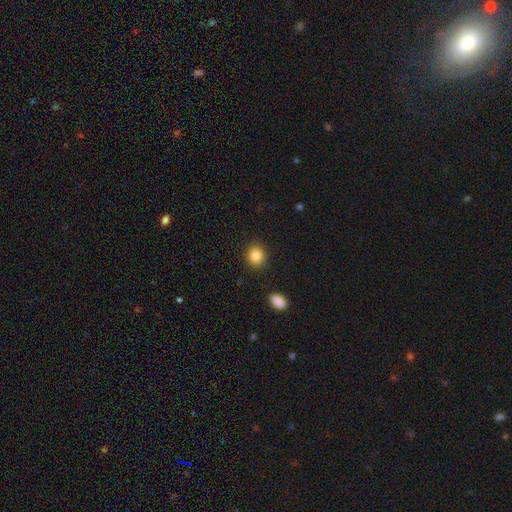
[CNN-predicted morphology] Smooth or featured? smooth (85%)
How rounded? round (74%)
Merging? none (89%)